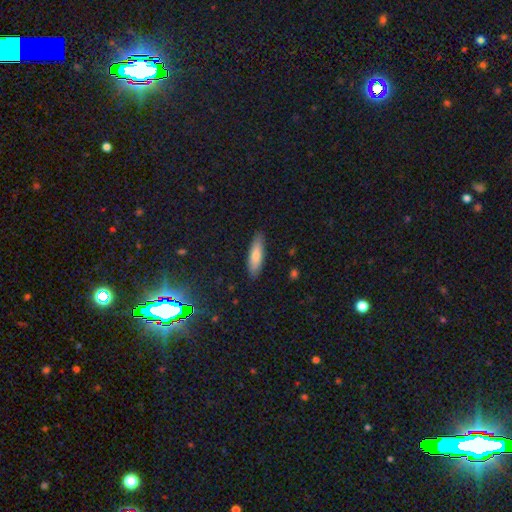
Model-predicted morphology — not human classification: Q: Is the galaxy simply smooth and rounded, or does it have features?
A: smooth — 74%.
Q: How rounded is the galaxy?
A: cigar-shaped — 63%.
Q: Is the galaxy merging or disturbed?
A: none — 87%.